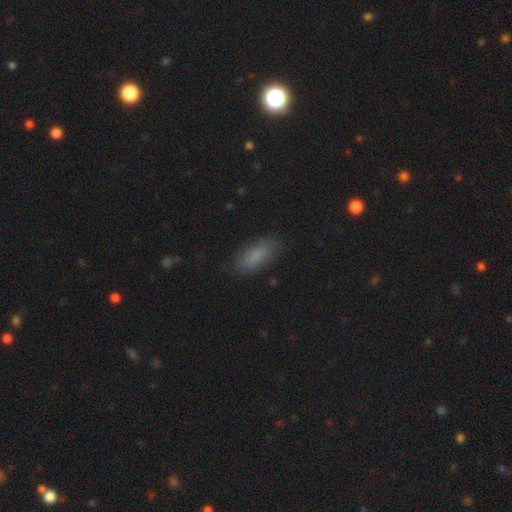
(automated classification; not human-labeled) Morphology: type=smooth (84%); roundness=in between (78%); merging=none (83%).